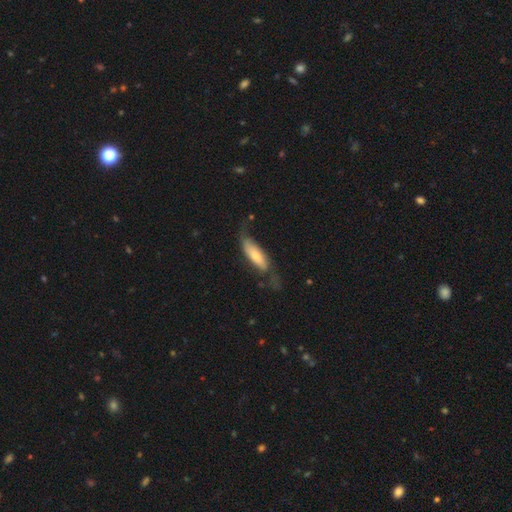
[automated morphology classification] Q: Smooth or featured?
A: smooth (62%); runner-up: featured or disk (33%)
Q: How rounded?
A: in between (54%); runner-up: cigar-shaped (44%)
Q: Merging?
A: none (49%); runner-up: minor disturbance (29%)